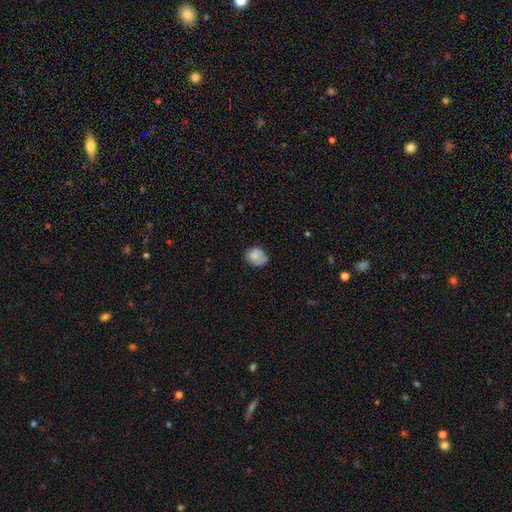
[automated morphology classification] smooth-or-featured: smooth: 76% | featured or disk: 15% | star or artifact: 9%
  how-rounded: round: 55% | in between: 44% | cigar-shaped: 1%
  merging: none: 55% | minor disturbance: 31% | major disturbance: 10% | merger: 4%